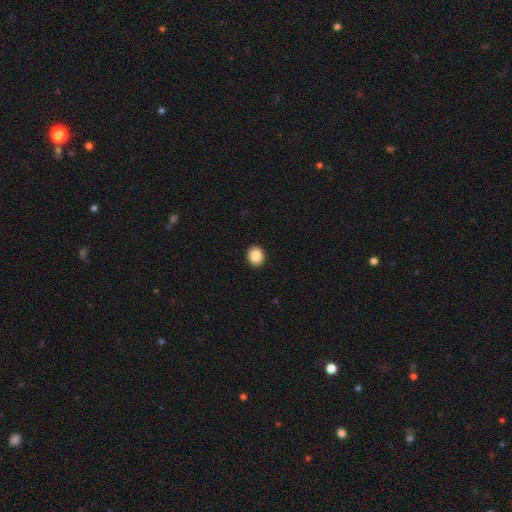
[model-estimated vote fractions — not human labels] Morphology: type=smooth (86%); roundness=round (83%); merging=none (93%).